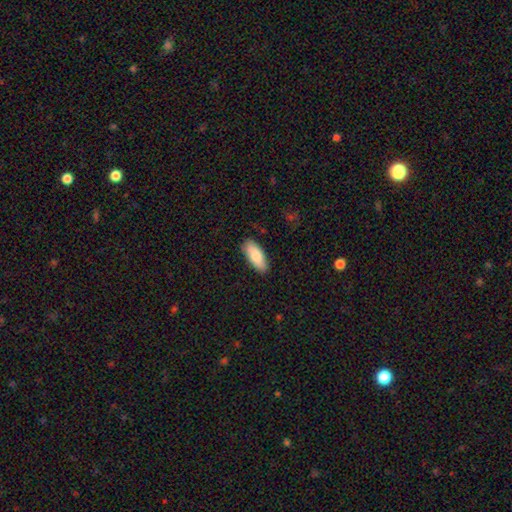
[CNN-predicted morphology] type=smooth (86%); roundness=in between (81%); merging=none (85%).